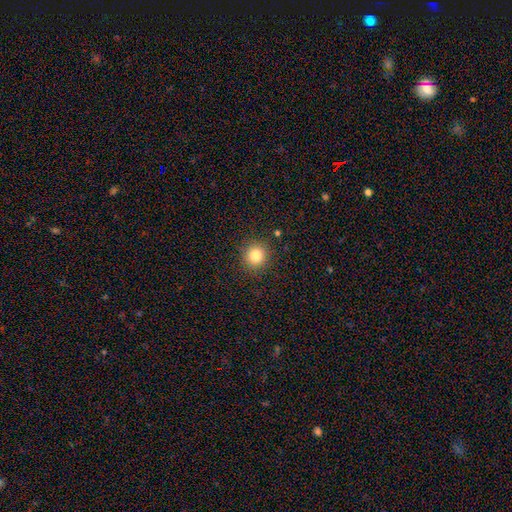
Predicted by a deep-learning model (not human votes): A smooth galaxy with no disk features (82%) that is round (92%).

Vote fractions:
- Smooth or featured? smooth: 82% / star or artifact: 12% / featured or disk: 6%
- How rounded? round: 92% / in between: 7% / cigar-shaped: 1%
- Merging? none: 90% / minor disturbance: 6% / major disturbance: 2% / merger: 1%